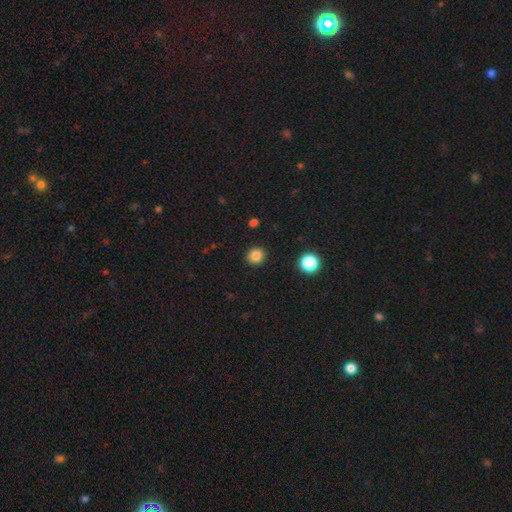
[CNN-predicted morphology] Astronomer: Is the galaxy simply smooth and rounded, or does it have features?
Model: smooth — 85%.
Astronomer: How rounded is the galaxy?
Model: round — 91%.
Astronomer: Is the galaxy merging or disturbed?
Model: none — 92%.